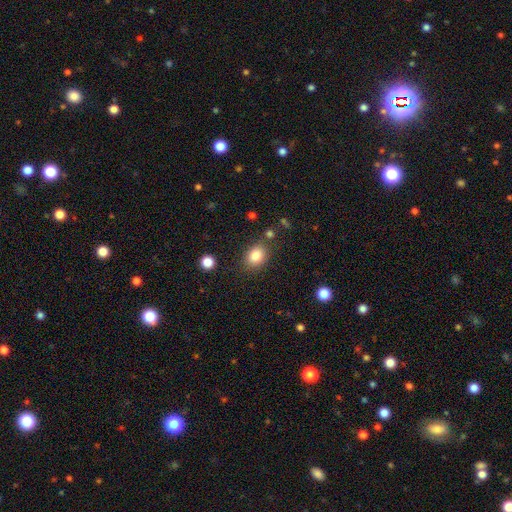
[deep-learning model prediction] Smooth or featured? smooth (84%)
How rounded? in between (58%)
Merging? none (80%)